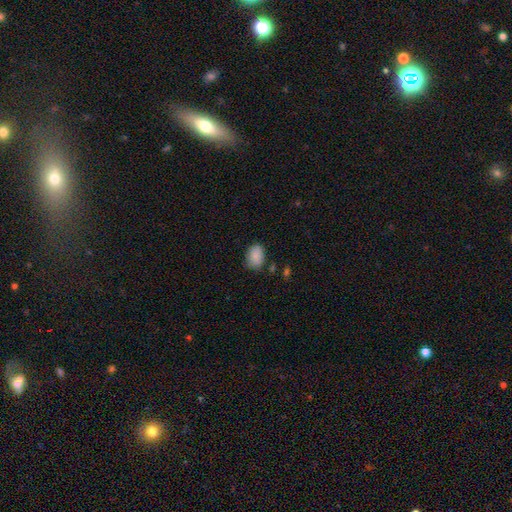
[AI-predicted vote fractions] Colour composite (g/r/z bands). It shows a smooth galaxy with no disk features (87%) that is in between round and cigar-shaped (77%). Merging: none (69%).